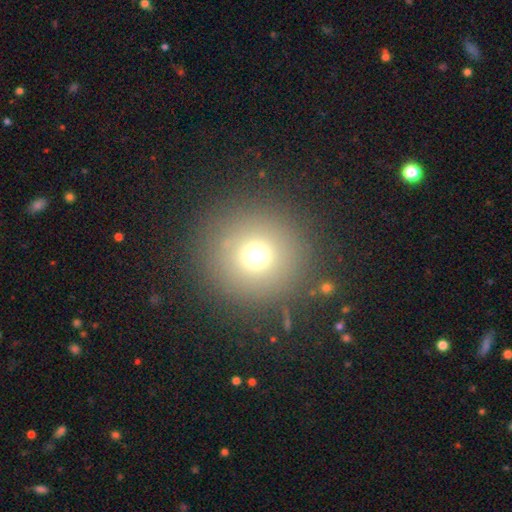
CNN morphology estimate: Overall: smooth (70%). How rounded: round (95%). Merging: none (87%).